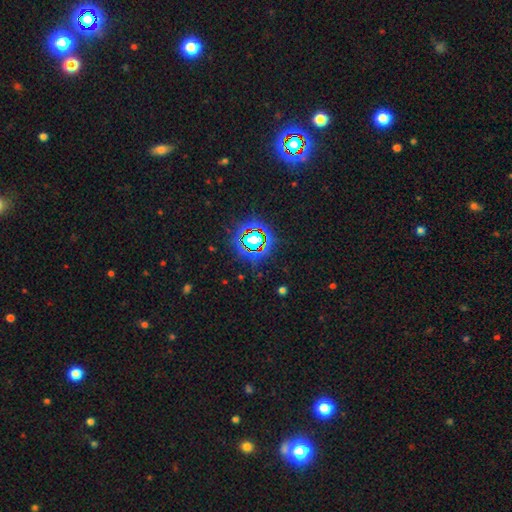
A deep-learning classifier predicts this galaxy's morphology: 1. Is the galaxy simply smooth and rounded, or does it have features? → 80% star or artifact, 12% smooth, 8% featured or disk.